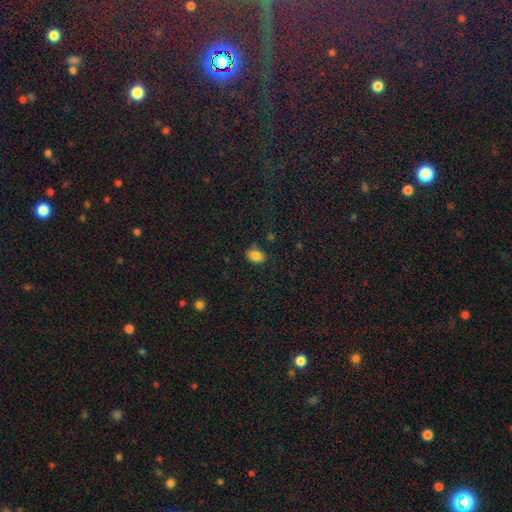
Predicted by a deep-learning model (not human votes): Smooth or featured? smooth (84%)
How rounded? in between (75%)
Merging? none (77%)